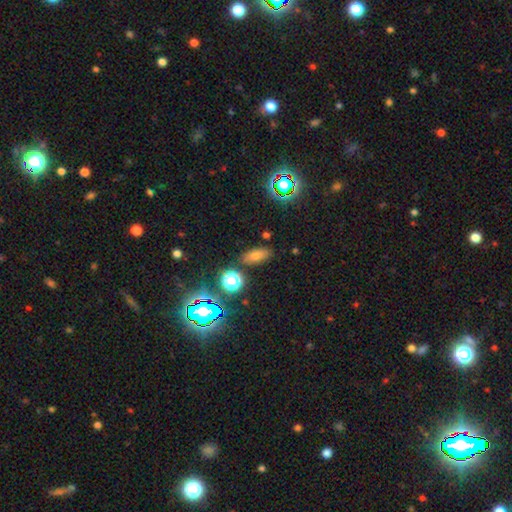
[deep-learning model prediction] Smooth or featured: smooth — 60% (star or artifact — 28%)
How rounded: in between — 73% (cigar-shaped — 18%)
Merging: none — 86% (minor disturbance — 9%)